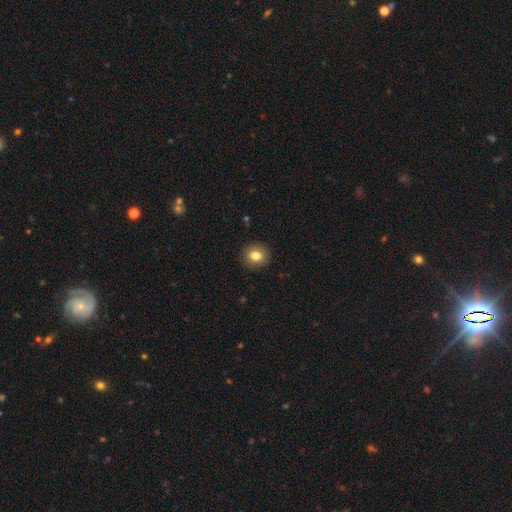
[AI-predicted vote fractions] This is clearly a smooth galaxy (81%). How rounded: likely round (73%). Merging: clearly none (91%).